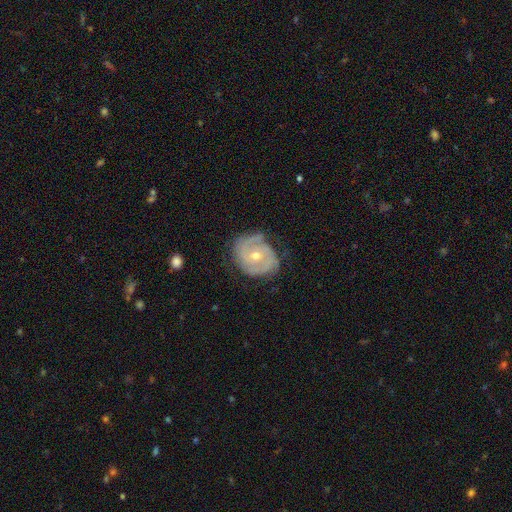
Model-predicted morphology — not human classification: smooth-or-featured: featured or disk: 81% | smooth: 12% | star or artifact: 6%
  disk-edge-on: no: 97% | yes: 3%
    bar: no: 69% | weak: 24% | strong: 6%
    has-spiral-arms: yes: 90% | no: 10%
      spiral-winding: tight: 62% | medium: 29% | loose: 9%
      spiral-arm-count: 2: 46% | can't tell: 23% | 3: 18% | 1: 5% | 4: 4% | more than 4: 3%
    bulge-size: moderate: 56% | small: 41% | large: 1% | none: 1% | dominant: 1%
  merging: none: 67% | minor disturbance: 23% | major disturbance: 8% | merger: 2%